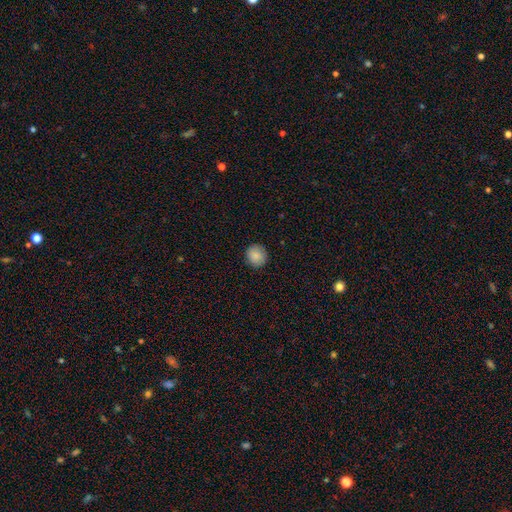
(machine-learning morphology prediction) This appears to be a smooth galaxy with no disk features (87%) that is round (90%). Merging: none (90%).